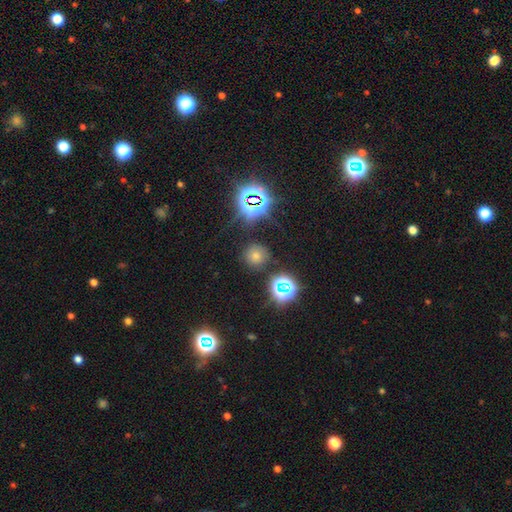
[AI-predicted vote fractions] This is possibly a smooth galaxy (59%). How rounded: clearly round (92%). Merging: clearly none (82%).